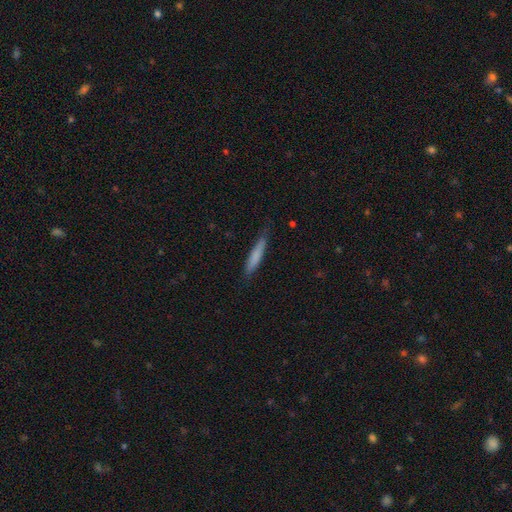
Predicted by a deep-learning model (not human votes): A smooth galaxy with no disk features (76%) that is cigar-shaped (92%). Merging: none (82%).